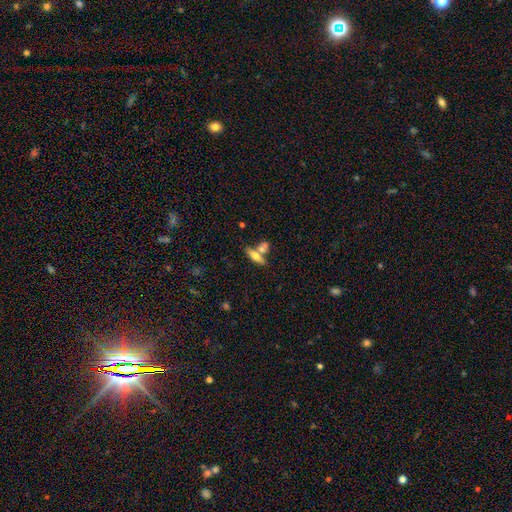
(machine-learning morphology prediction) smooth_or_featured: smooth (p=0.57) [alt: featured or disk p=0.34]
how_rounded: cigar-shaped (p=0.51) [alt: in between p=0.45]
merging: none (p=0.49) [alt: merger p=0.37]